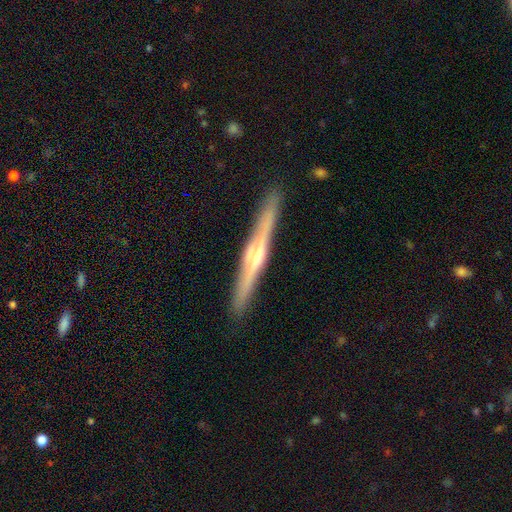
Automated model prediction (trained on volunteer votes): A featured or disk galaxy (76%) viewed edge-on (98%) with a rounded central bulge (73%).

Vote fractions:
- Smooth or featured? featured or disk: 76% / smooth: 18% / star or artifact: 6%
- Edge-on disk? yes: 98% / no: 2%
- Edge-on bulge? rounded: 73% / boxy: 14% / none: 14%
- Merging? none: 91% / minor disturbance: 7% / major disturbance: 1% / merger: 1%